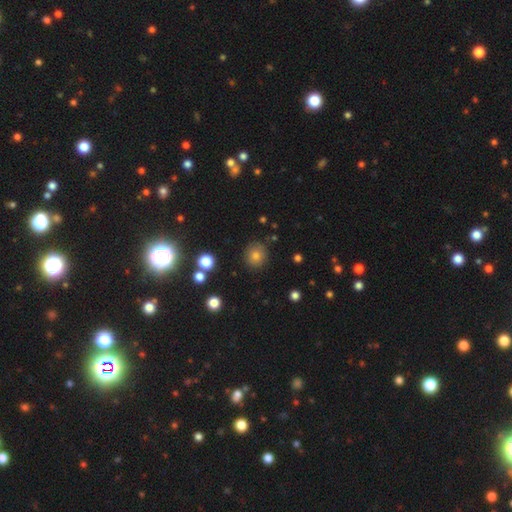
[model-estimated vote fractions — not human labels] This appears to be a smooth galaxy with no disk features (79%) that is round (88%). Merging: none (86%).